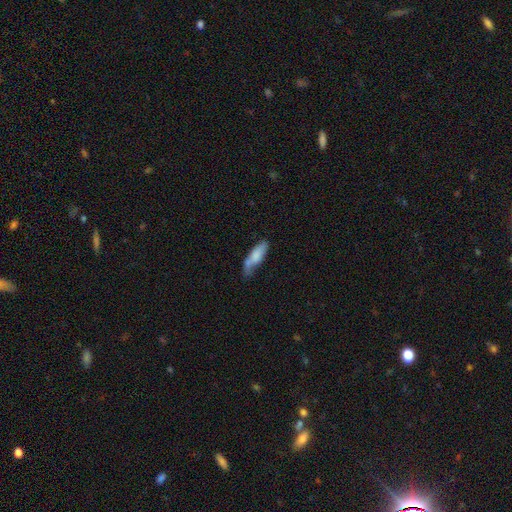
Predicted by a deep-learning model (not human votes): A smooth galaxy with no disk features (76%) that is in between round and cigar-shaped (52%).

Vote fractions:
- Smooth or featured? smooth: 76% / featured or disk: 18% / star or artifact: 7%
- How rounded? in between: 52% / cigar-shaped: 46% / round: 2%
- Merging? none: 41% / minor disturbance: 32% / merger: 15% / major disturbance: 12%